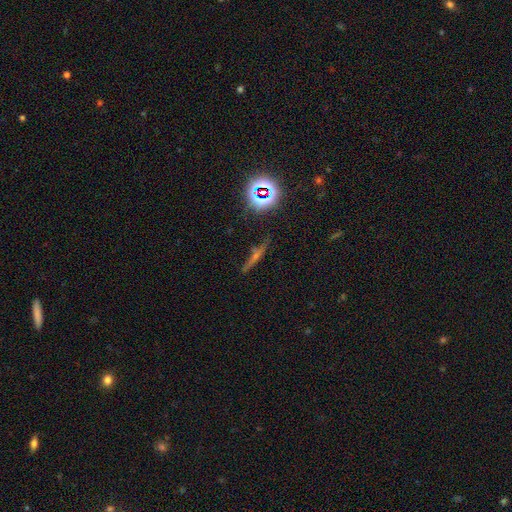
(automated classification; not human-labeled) This appears to be a featured or disk galaxy (43%). Merging: none (80%).